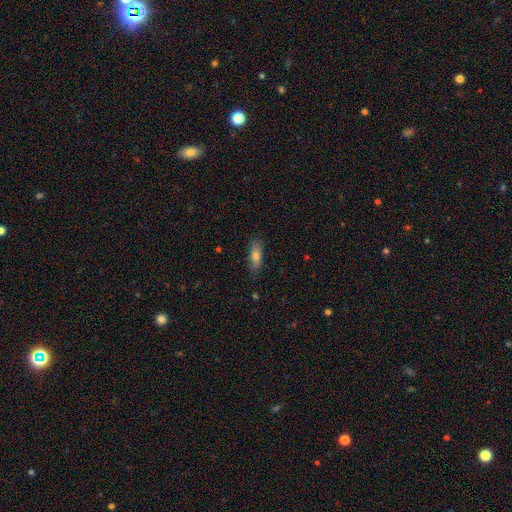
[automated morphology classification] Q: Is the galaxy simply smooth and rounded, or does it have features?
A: smooth — 74%.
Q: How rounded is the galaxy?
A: in between — 60%.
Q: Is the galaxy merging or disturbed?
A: none — 84%.